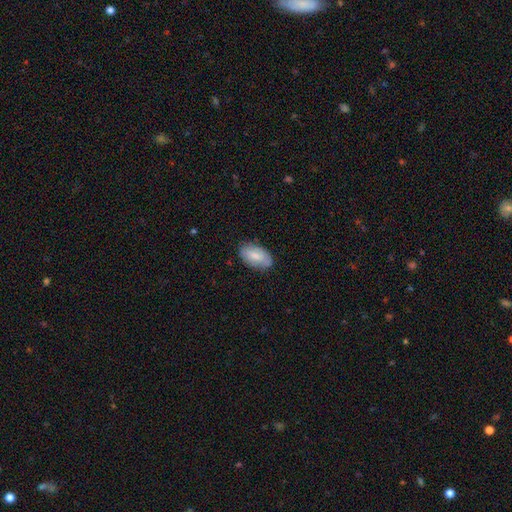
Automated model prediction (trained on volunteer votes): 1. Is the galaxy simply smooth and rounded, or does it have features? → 73% smooth, 21% featured or disk, 6% star or artifact.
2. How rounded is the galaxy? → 94% in between, 4% round, 2% cigar-shaped.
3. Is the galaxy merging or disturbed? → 80% none, 16% minor disturbance, 3% major disturbance, 1% merger.